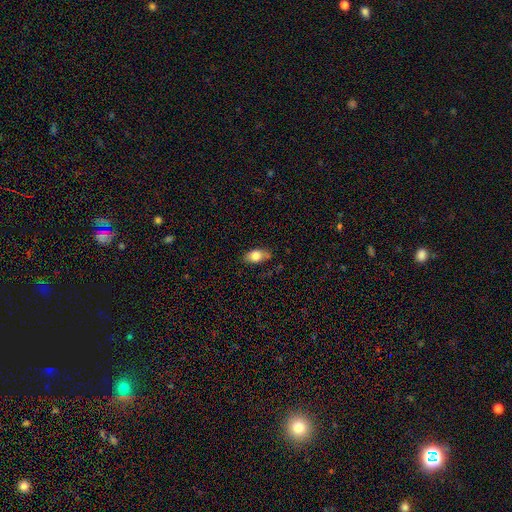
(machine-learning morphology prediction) The model was most divided on "merging": none: 72%, minor disturbance: 21%, major disturbance: 5%, merger: 2%. More confident: how rounded — in between (88%); smooth or featured — smooth (79%).